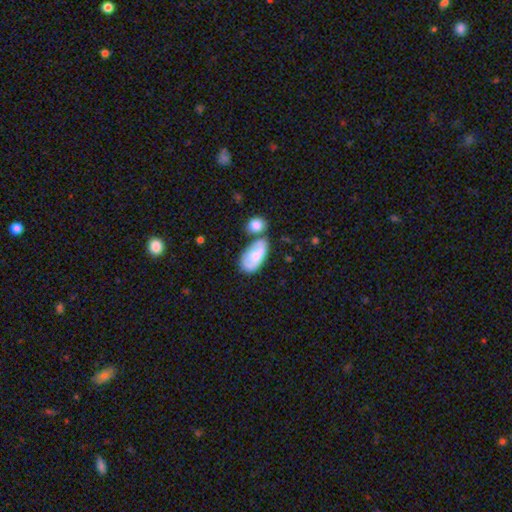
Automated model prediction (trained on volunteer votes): smooth_or_featured: smooth (p=0.70) [alt: featured or disk p=0.24]
how_rounded: in between (p=0.92) [alt: cigar-shaped p=0.04]
merging: none (p=0.40) [alt: merger p=0.32]